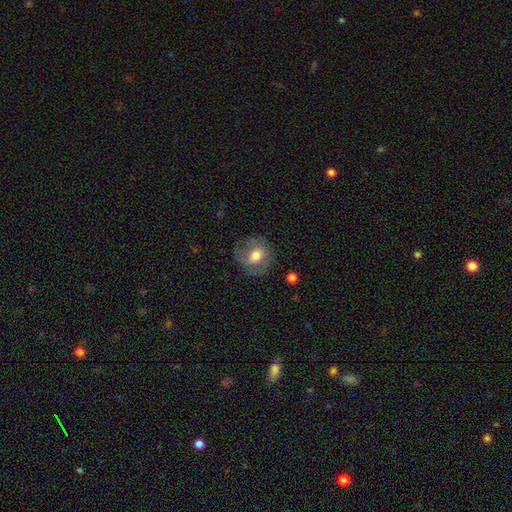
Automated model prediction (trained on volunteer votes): Overall: smooth (53%; featured or disk 38%). How rounded: round (76%). Merging: none (72%).